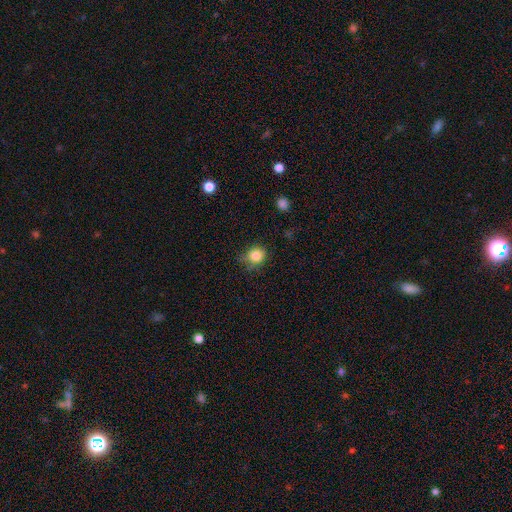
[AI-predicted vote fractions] Smooth or featured: smooth — 83% (star or artifact — 11%)
How rounded: round — 82% (in between — 17%)
Merging: none — 68% (minor disturbance — 25%)